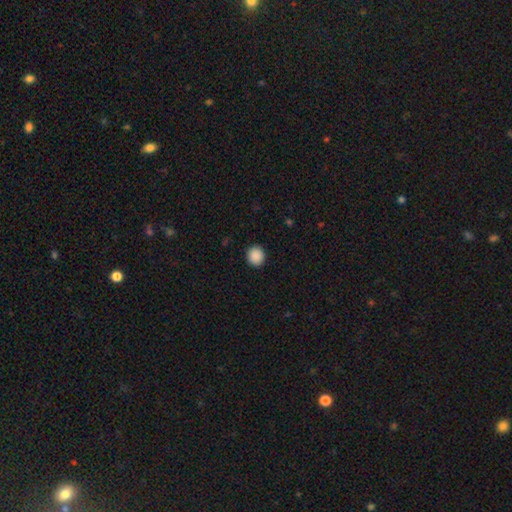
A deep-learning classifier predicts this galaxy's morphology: This is clearly a smooth galaxy (89%). How rounded: clearly round (89%). Merging: clearly none (92%).